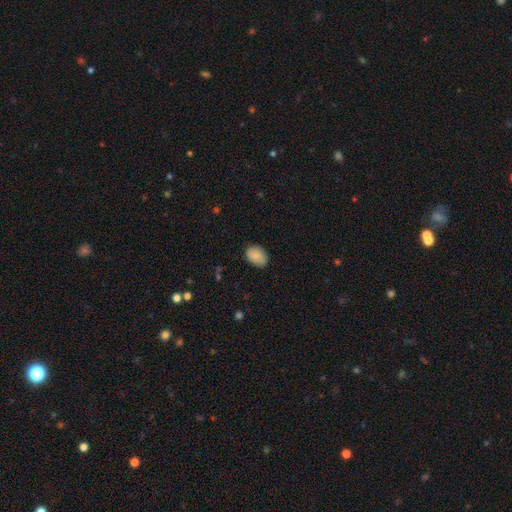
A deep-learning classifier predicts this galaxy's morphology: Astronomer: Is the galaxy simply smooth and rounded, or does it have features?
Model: smooth — 84%.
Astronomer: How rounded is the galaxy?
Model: in between — 77%.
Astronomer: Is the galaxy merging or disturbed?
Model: none — 78%.